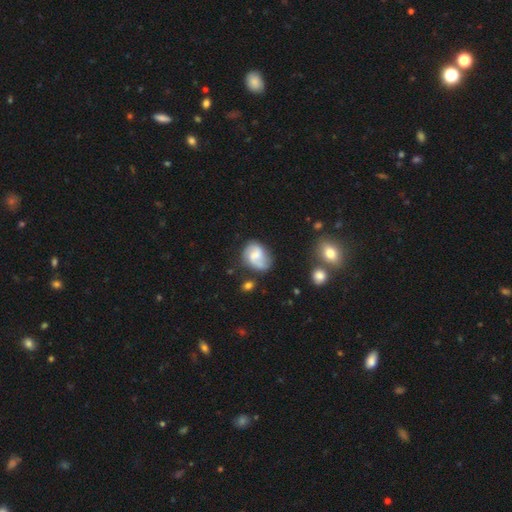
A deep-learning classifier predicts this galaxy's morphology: type=featured or disk (62%); edge-on=no (97%); bar=weak (48%); spiral arms=yes (90%); winding=medium (44%); arm count=2 (81%); bulge=moderate (40%); merging=none (63%).